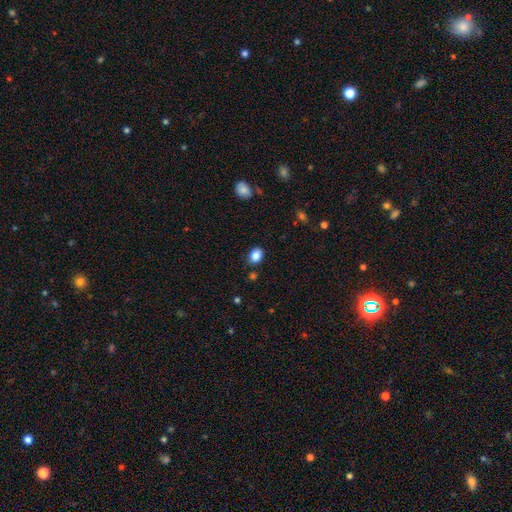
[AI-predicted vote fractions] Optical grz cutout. It shows a smooth galaxy with no disk features (86%) that is in between round and cigar-shaped (70%). Merging: none (83%).